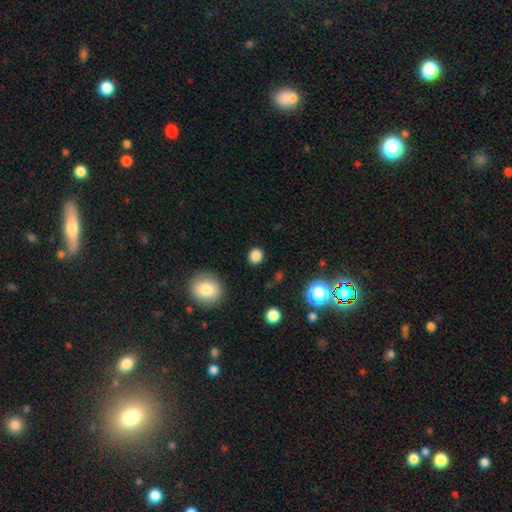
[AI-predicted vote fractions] Smooth or featured? Predicted: smooth (p=0.83). How rounded? Predicted: round (p=0.79). Merging? Predicted: none (p=0.88).